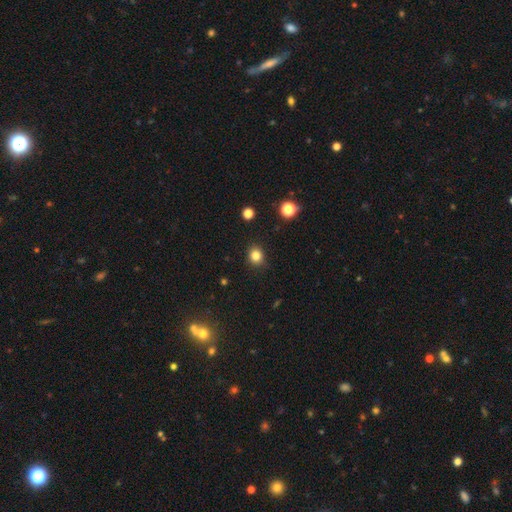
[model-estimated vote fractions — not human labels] This is clearly a smooth galaxy (83%). How rounded: likely round (75%). Merging: clearly none (89%).